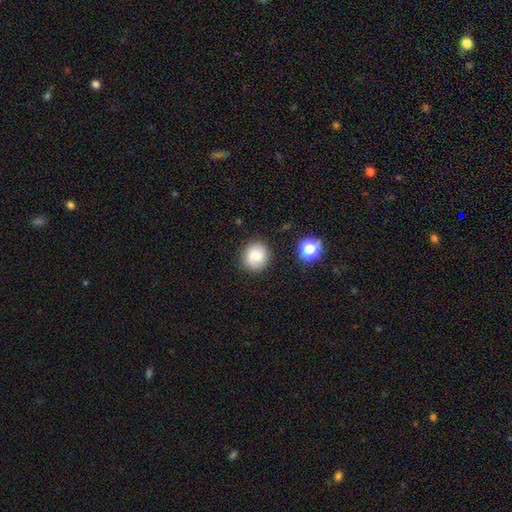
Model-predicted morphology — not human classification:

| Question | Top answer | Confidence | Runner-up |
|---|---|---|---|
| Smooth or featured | smooth | 81% | star or artifact (10%) |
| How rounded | round | 81% | in between (18%) |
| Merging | none | 84% | minor disturbance (11%) |